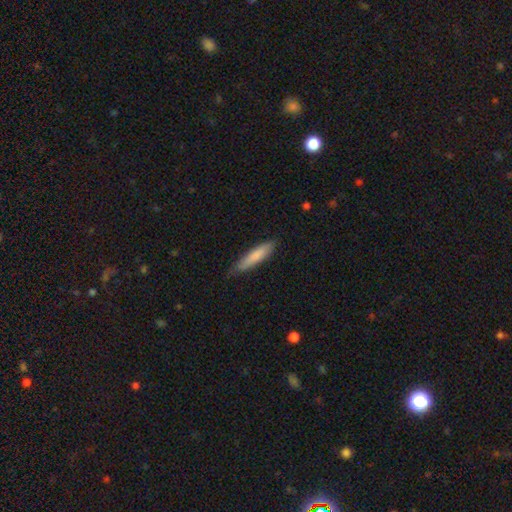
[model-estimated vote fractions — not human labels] smooth_or_featured: smooth (p=0.78) [alt: featured or disk p=0.17]
how_rounded: cigar-shaped (p=0.81) [alt: in between p=0.17]
merging: none (p=0.79) [alt: minor disturbance p=0.17]